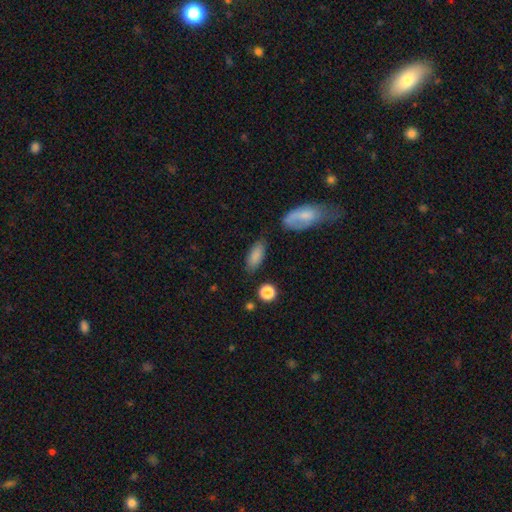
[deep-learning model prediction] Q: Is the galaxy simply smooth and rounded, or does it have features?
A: smooth — 84%.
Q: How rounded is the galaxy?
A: in between — 82%.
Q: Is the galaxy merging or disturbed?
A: none — 78%.